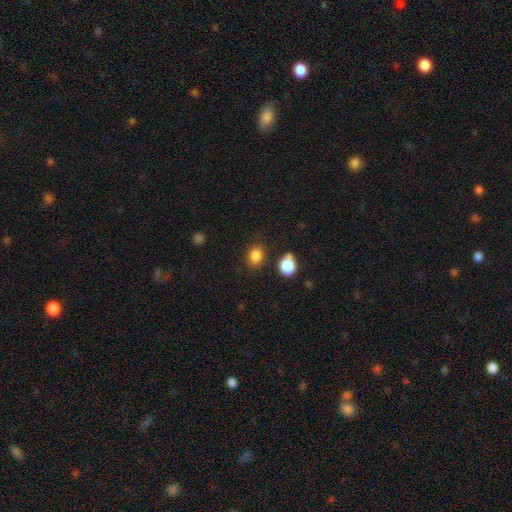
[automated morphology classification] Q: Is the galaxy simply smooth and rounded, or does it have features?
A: smooth — 85%.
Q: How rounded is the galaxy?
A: in between — 60%.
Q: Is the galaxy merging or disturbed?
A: none — 79%.